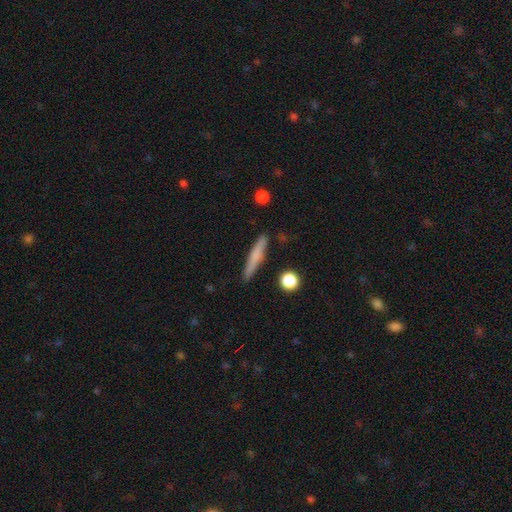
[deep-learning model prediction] Morphology: type=smooth (64%); roundness=cigar-shaped (92%); merging=none (85%).